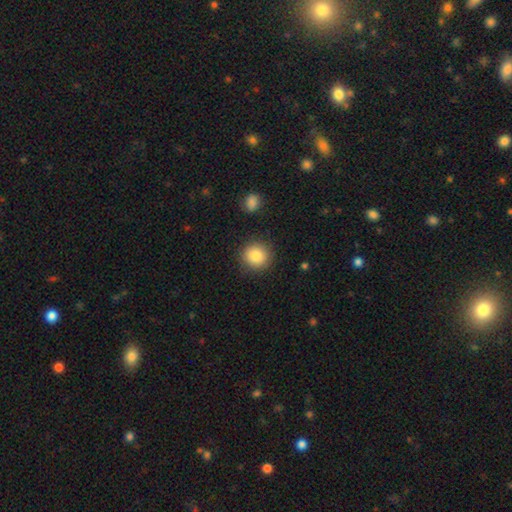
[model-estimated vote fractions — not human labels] Q: Smooth or featured?
A: smooth (86%); runner-up: star or artifact (9%)
Q: How rounded?
A: round (91%); runner-up: in between (8%)
Q: Merging?
A: none (89%); runner-up: minor disturbance (7%)